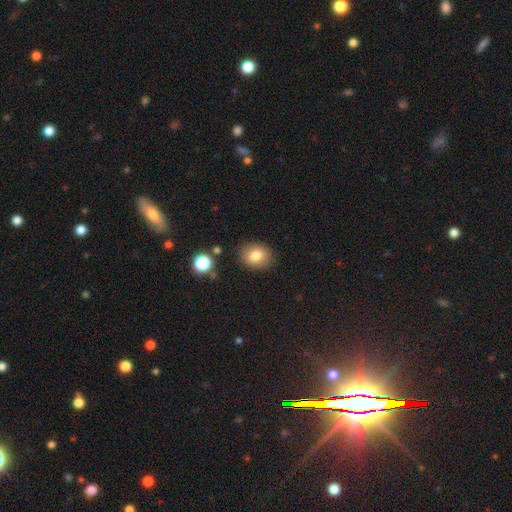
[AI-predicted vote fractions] Smooth or featured?
  - smooth: 80% *
  - star or artifact: 11%
  - featured or disk: 9%
How rounded?
  - round: 56% *
  - in between: 43%
  - cigar-shaped: 1%
Merging?
  - none: 85% *
  - minor disturbance: 10%
  - major disturbance: 3%
  - merger: 2%